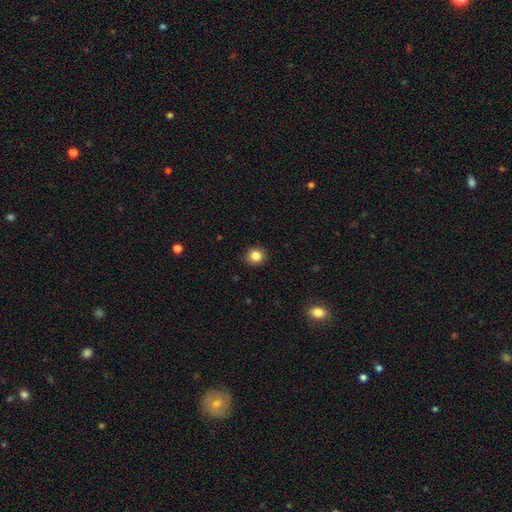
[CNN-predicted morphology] This is clearly a smooth galaxy (84%). How rounded: clearly round (86%). Merging: clearly none (91%).